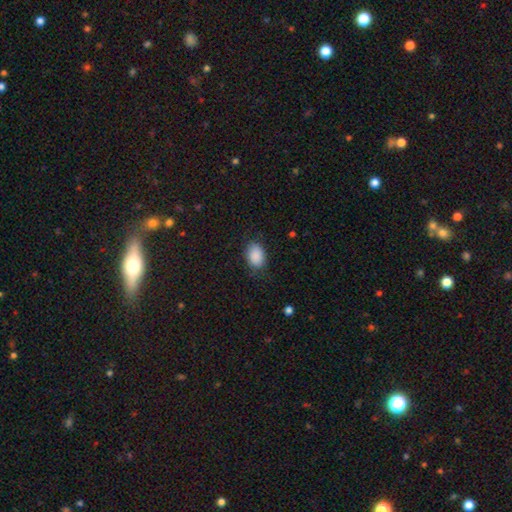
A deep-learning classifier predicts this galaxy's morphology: Smooth or featured?
  - smooth: 89% *
  - star or artifact: 7%
  - featured or disk: 4%
How rounded?
  - in between: 83% *
  - round: 16%
  - cigar-shaped: 1%
Merging?
  - none: 78% *
  - minor disturbance: 16%
  - major disturbance: 4%
  - merger: 1%